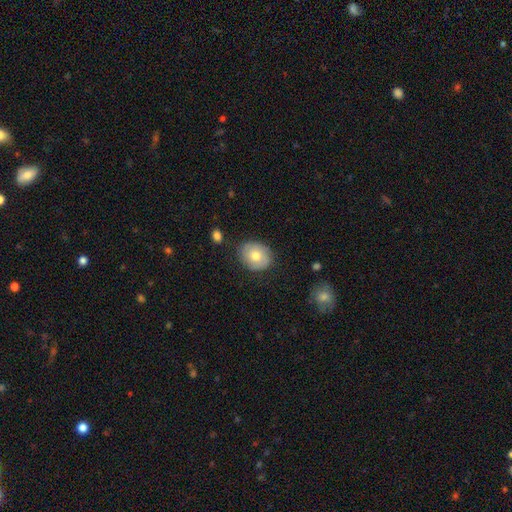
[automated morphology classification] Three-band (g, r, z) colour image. It shows a smooth galaxy with no disk features (66%) that is round (61%). Merging: none (78%).